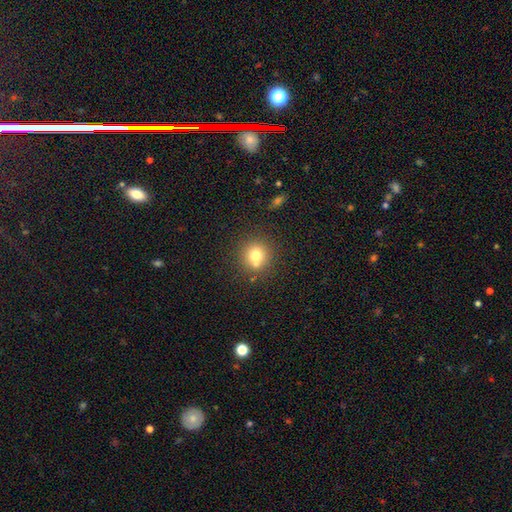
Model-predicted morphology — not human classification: smooth_or_featured: smooth (p=0.74) [alt: featured or disk p=0.13]
how_rounded: round (p=0.89) [alt: in between p=0.10]
merging: none (p=0.70) [alt: merger p=0.15]